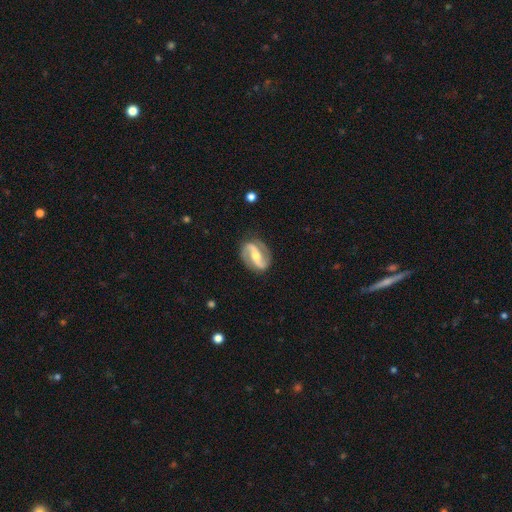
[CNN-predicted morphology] This appears to be a featured or disk galaxy (88%) with a strong bar (56%), 2 (93%) medium (45%) spiral arms (95%) and a moderate central bulge (57%). Merging: none (84%).